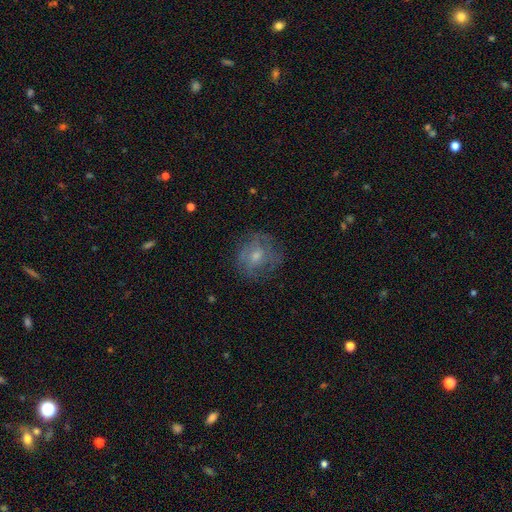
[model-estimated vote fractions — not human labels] This appears to be a featured or disk galaxy (44%). Merging: none (71%).